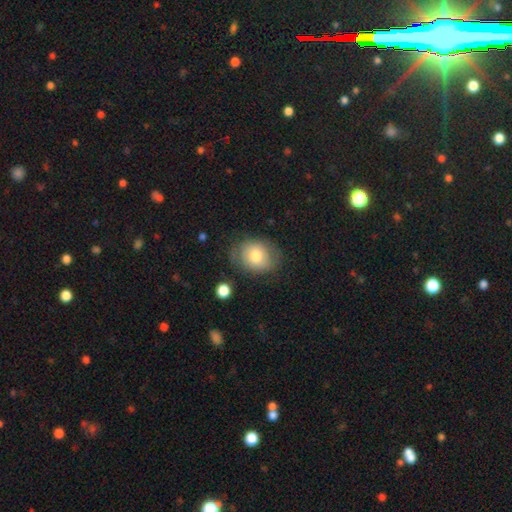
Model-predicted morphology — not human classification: type=smooth (65%); roundness=round (54%); merging=none (70%).